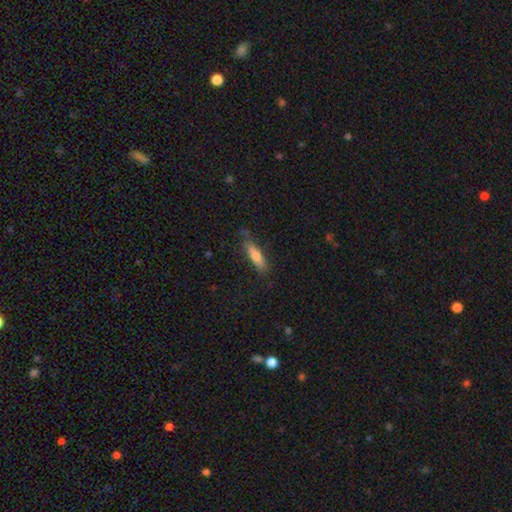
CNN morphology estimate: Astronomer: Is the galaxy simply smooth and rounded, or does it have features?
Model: smooth — 72%.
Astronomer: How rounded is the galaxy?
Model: cigar-shaped — 72%.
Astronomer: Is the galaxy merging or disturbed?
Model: none — 74%.